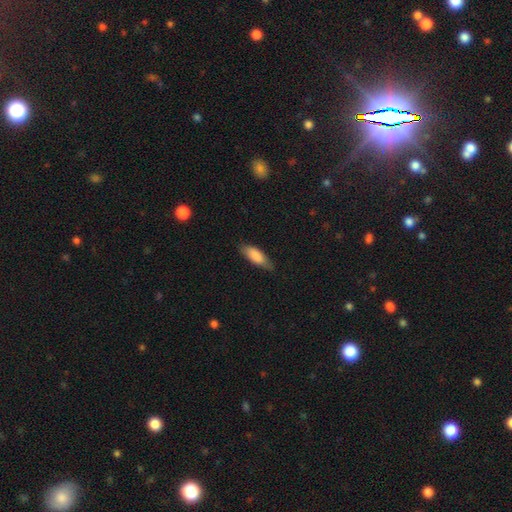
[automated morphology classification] This appears to be a smooth galaxy with no disk features (83%) that is in between round and cigar-shaped (67%). Merging: none (71%).